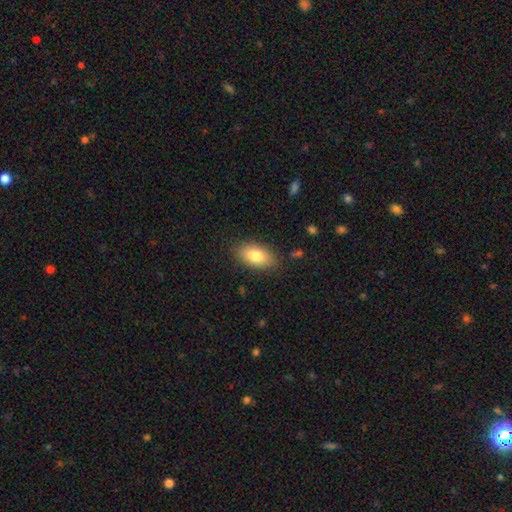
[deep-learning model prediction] smooth_or_featured: smooth (p=0.80) [alt: featured or disk p=0.13]
how_rounded: in between (p=0.91) [alt: round p=0.05]
merging: none (p=0.85) [alt: minor disturbance p=0.11]